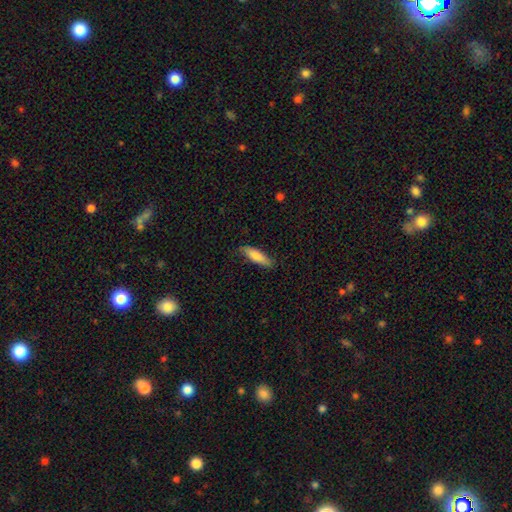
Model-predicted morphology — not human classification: A smooth galaxy with no disk features (76%) that is cigar-shaped (63%).

Vote fractions:
- Smooth or featured? smooth: 76% / featured or disk: 18% / star or artifact: 6%
- How rounded? cigar-shaped: 63% / in between: 35% / round: 2%
- Merging? none: 80% / minor disturbance: 16% / major disturbance: 3% / merger: 1%